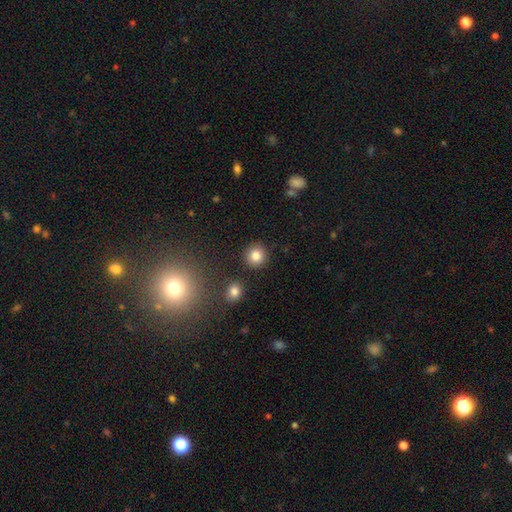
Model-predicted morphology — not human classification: A smooth galaxy with no disk features (83%) that is round (92%).

Vote fractions:
- Smooth or featured? smooth: 83% / star or artifact: 11% / featured or disk: 6%
- How rounded? round: 92% / in between: 7% / cigar-shaped: 1%
- Merging? none: 89% / minor disturbance: 6% / merger: 3% / major disturbance: 2%